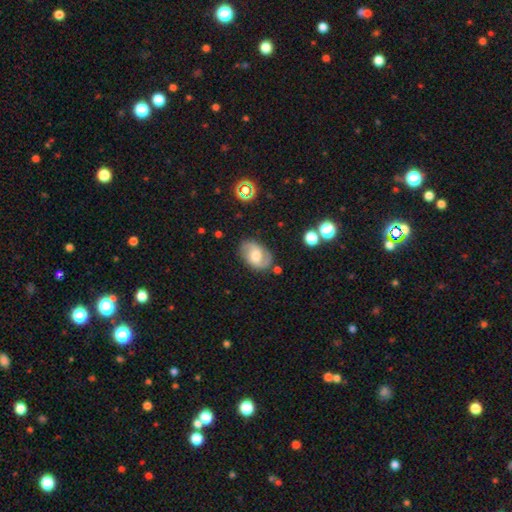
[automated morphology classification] featured or disk 68%, smooth 24%, star or artifact 8%. Down the decision tree: edge-on disk — no (97%); bar — no (46%); spiral arms — yes (91%); spiral arm count — 2 (84%); spiral winding — medium (50%); bulge size — moderate (60%); merging — none (76%).